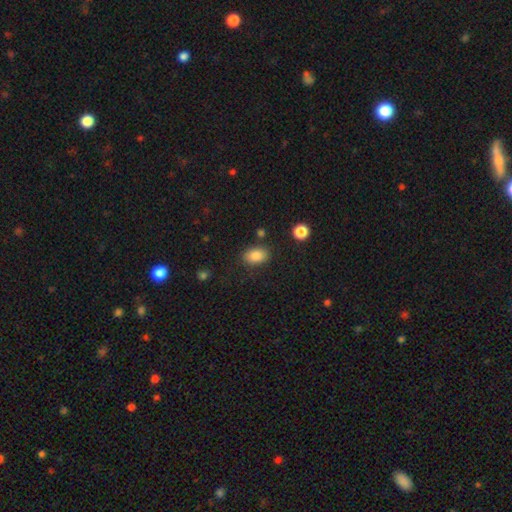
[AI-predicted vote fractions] Q: Smooth or featured?
A: smooth (85%); runner-up: star or artifact (9%)
Q: How rounded?
A: in between (77%); runner-up: round (22%)
Q: Merging?
A: none (82%); runner-up: minor disturbance (11%)